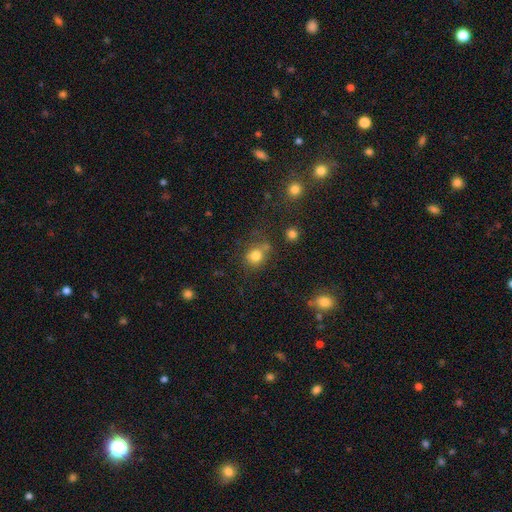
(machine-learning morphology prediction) smooth 78%, star or artifact 13%, featured or disk 9%. Down the decision tree: how rounded — round (72%); merging — none (59%).